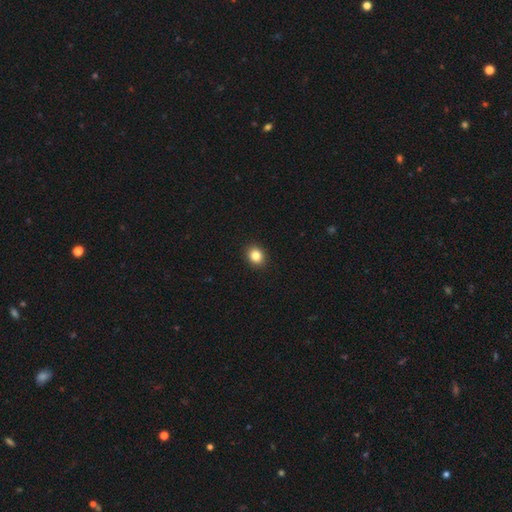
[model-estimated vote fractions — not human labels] A smooth galaxy with no disk features (84%) that is round (64%). Merging: none (92%).